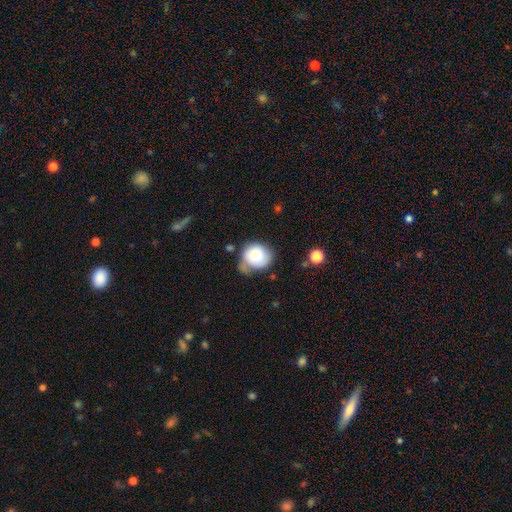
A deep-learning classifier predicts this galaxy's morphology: smooth 77%, featured or disk 15%, star or artifact 8%. Down the decision tree: how rounded — round (76%); merging — none (41%).